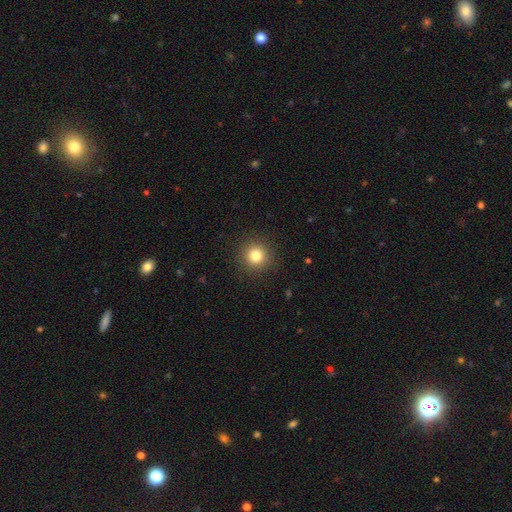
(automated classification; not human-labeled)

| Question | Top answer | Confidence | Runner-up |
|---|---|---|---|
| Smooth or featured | smooth | 81% | star or artifact (13%) |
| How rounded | round | 95% | in between (4%) |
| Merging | none | 91% | minor disturbance (6%) |